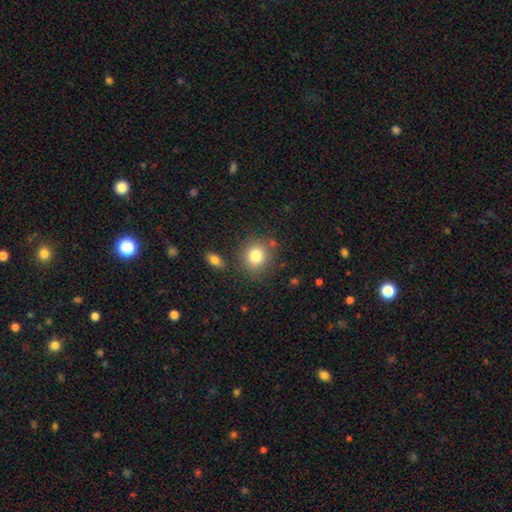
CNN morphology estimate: Q: Smooth or featured?
A: smooth (81%); runner-up: star or artifact (11%)
Q: How rounded?
A: round (79%); runner-up: in between (20%)
Q: Merging?
A: none (79%); runner-up: minor disturbance (11%)